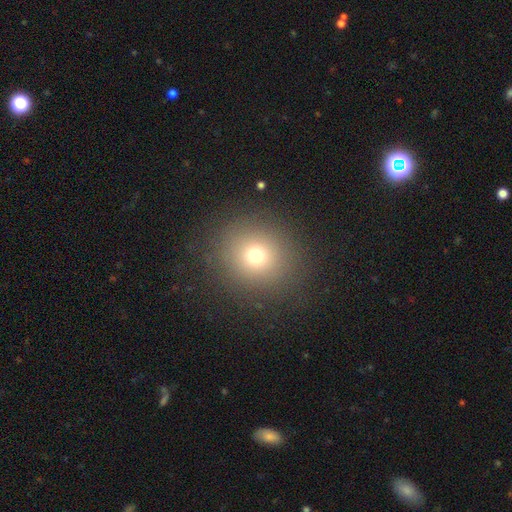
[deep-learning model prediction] Smooth or featured: smooth — 71% (star or artifact — 18%)
How rounded: round — 90% (in between — 9%)
Merging: none — 87% (minor disturbance — 7%)